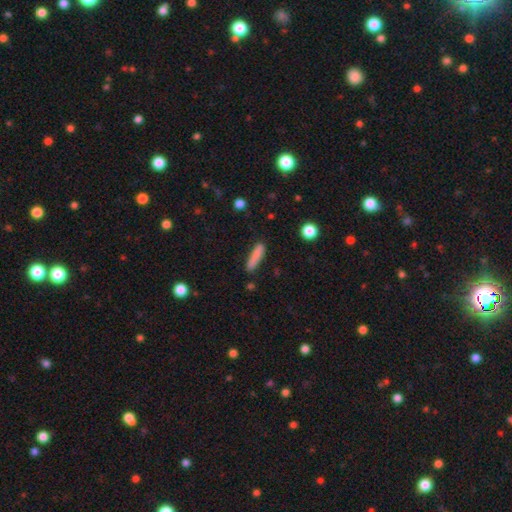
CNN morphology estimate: smooth-or-featured: smooth: 83% | featured or disk: 9% | star or artifact: 8%
  how-rounded: cigar-shaped: 85% | in between: 13% | round: 2%
  merging: none: 79% | minor disturbance: 15% | major disturbance: 3% | merger: 3%